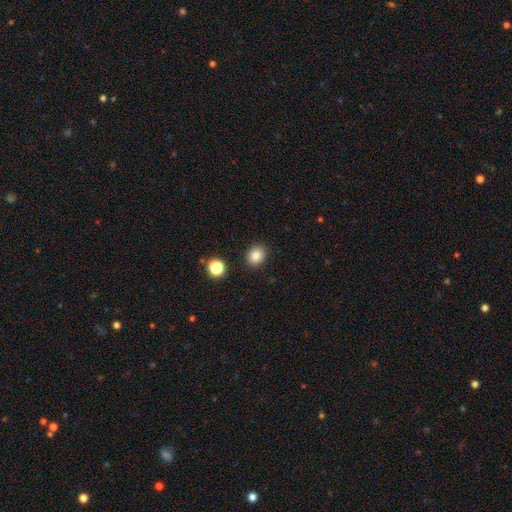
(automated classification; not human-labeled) Overall: smooth (83%). How rounded: round (62%; in between 37%). Merging: none (88%).